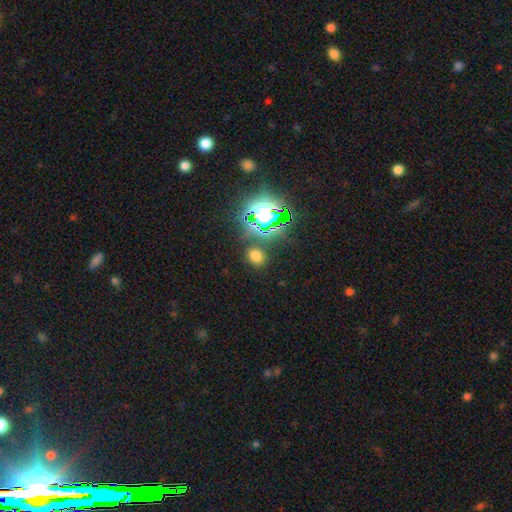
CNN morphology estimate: This appears to be a smooth galaxy with no disk features (62%) that is round (54%). Merging: none (84%).